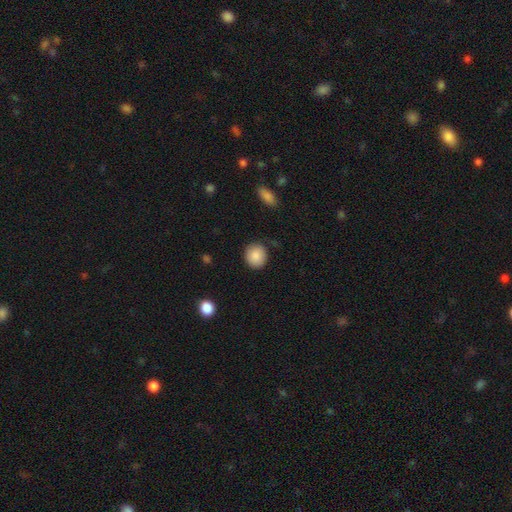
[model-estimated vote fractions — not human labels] A smooth galaxy with no disk features (88%) that is round (87%).

Vote fractions:
- Smooth or featured? smooth: 88% / star or artifact: 7% / featured or disk: 4%
- How rounded? round: 87% / in between: 12% / cigar-shaped: 1%
- Merging? none: 84% / minor disturbance: 12% / major disturbance: 3% / merger: 2%